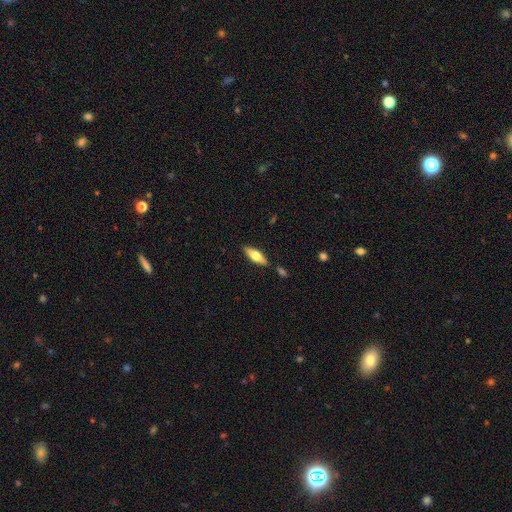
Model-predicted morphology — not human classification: This is possibly a smooth galaxy (59%). How rounded: likely in between (61%). Merging: clearly none (84%).